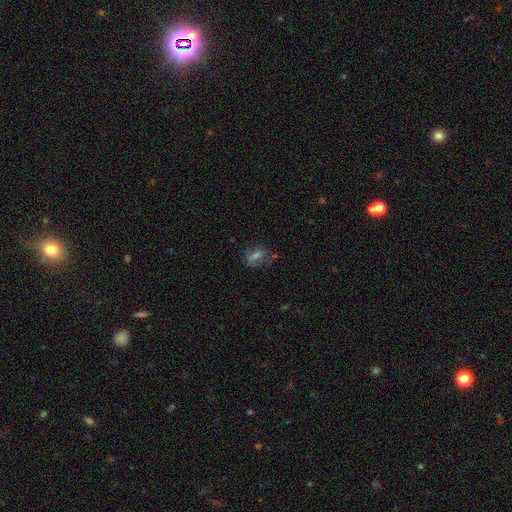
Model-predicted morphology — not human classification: smooth 47%, featured or disk 29%, star or artifact 24%. Down the decision tree: merging — none (67%).